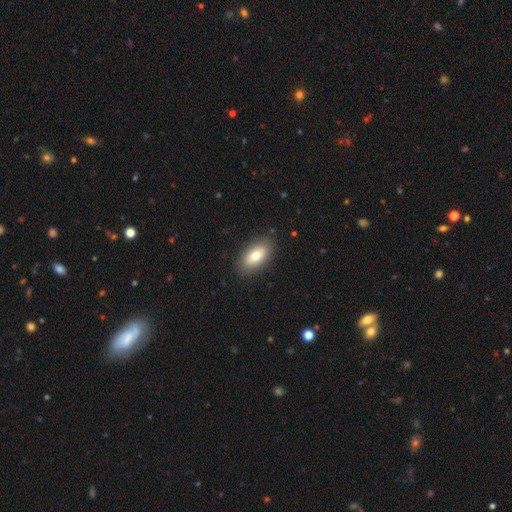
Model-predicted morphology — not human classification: The model was most divided on "smooth or featured": smooth: 79%, featured or disk: 14%, star or artifact: 7%. More confident: how rounded — in between (91%); merging — none (86%).